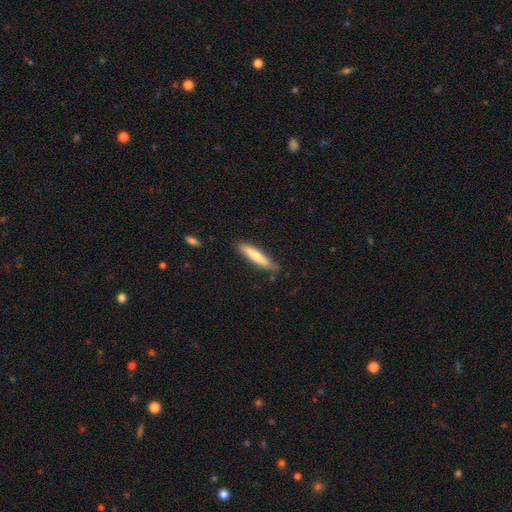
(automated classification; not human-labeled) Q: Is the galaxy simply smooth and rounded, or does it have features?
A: smooth — 73%.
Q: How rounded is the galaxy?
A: cigar-shaped — 87%.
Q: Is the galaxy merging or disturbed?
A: none — 78%.